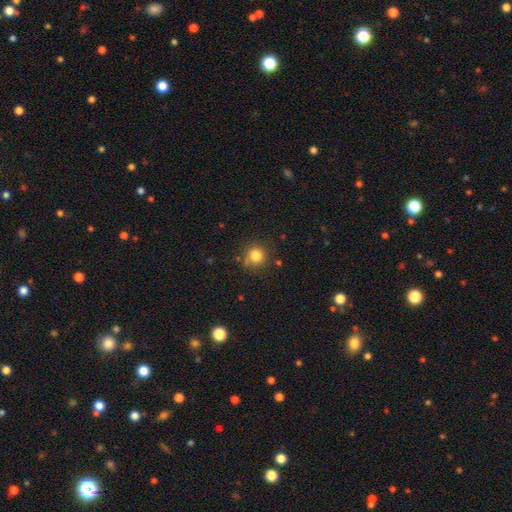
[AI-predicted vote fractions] Overall: smooth (81%). How rounded: round (89%). Merging: none (75%).